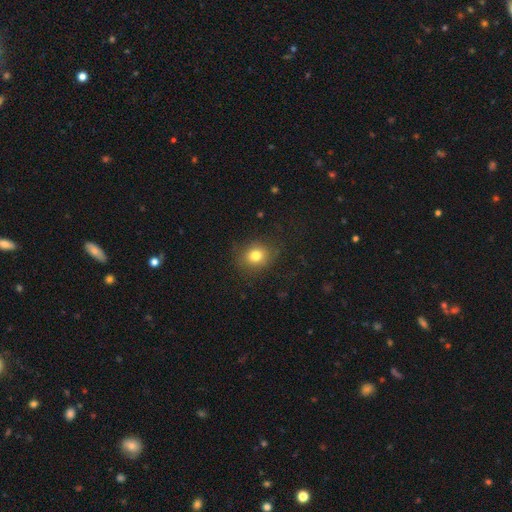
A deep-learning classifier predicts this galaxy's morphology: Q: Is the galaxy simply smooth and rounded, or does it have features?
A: smooth — 79%.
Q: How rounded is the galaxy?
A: round — 70%.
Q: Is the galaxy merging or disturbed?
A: none — 81%.